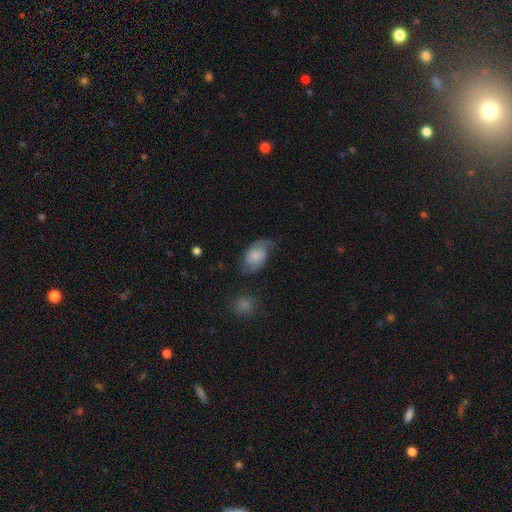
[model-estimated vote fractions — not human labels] This appears to be a featured or disk galaxy (53%) with no bar (70%), spiral arms (90%) and a small central bulge (35%). Merging: none (58%).